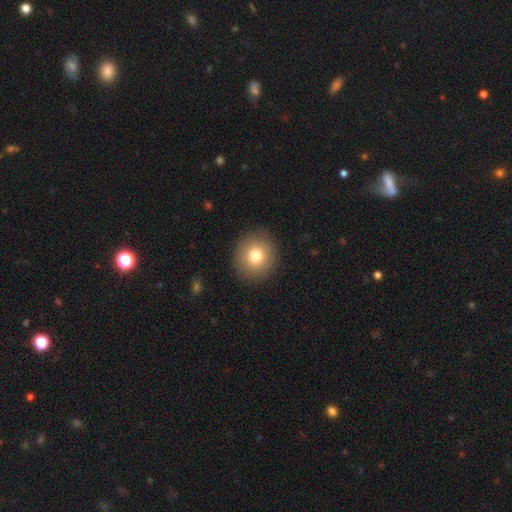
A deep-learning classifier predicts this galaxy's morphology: smooth 79%, featured or disk 11%, star or artifact 10%. Down the decision tree: how rounded — round (87%); merging — none (90%).